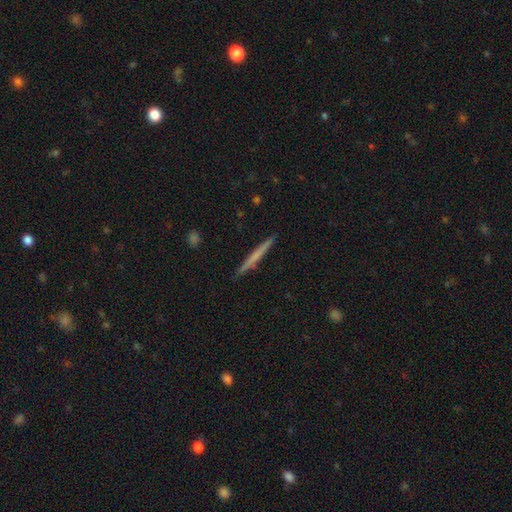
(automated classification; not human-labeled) Q: Smooth or featured?
A: smooth (49%); runner-up: featured or disk (45%)
Q: Merging?
A: none (91%); runner-up: minor disturbance (7%)